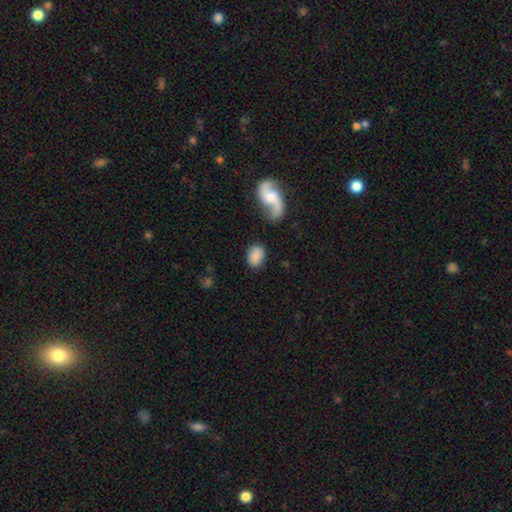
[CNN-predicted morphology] A smooth galaxy with no disk features (78%) that is in between round and cigar-shaped (81%). Merging: none (74%).